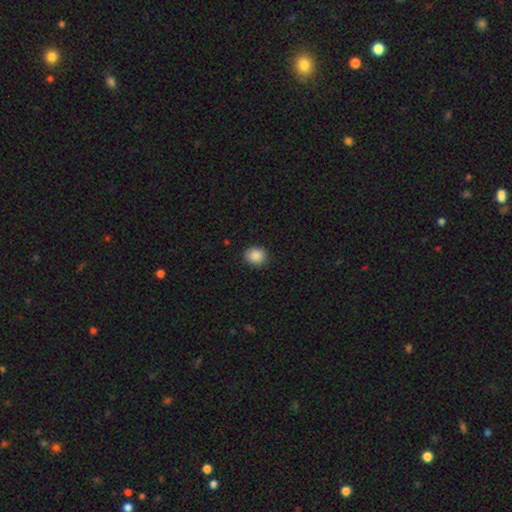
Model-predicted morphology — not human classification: The model was most divided on "how rounded": round: 75%, in between: 24%, cigar-shaped: 1%. More confident: merging — none (90%); smooth or featured — smooth (88%).